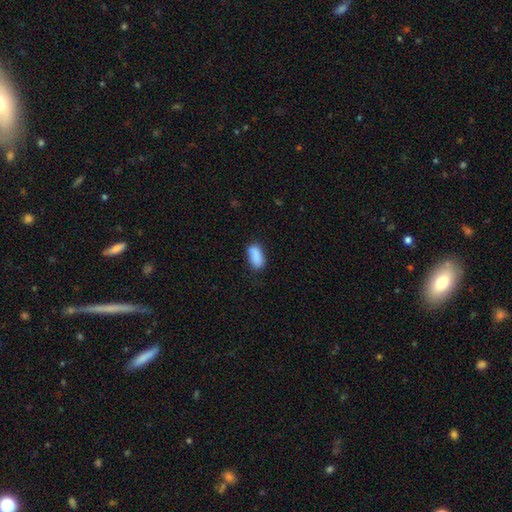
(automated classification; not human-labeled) This is clearly a smooth galaxy (87%). How rounded: clearly in between (88%). Merging: likely none (68%).